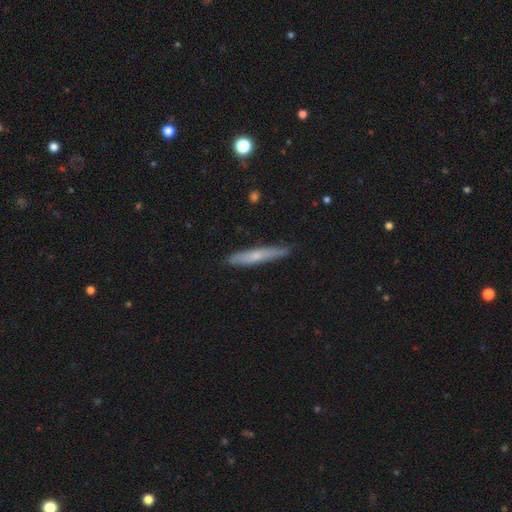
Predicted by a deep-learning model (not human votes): Smooth or featured? Predicted: smooth (p=0.54). How rounded? Predicted: cigar-shaped (p=0.93). Merging? Predicted: none (p=0.87).